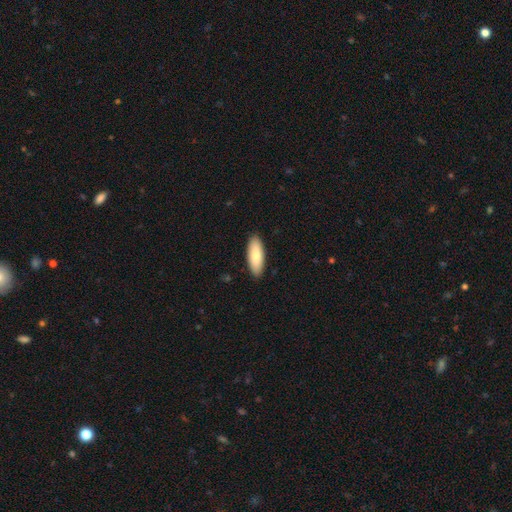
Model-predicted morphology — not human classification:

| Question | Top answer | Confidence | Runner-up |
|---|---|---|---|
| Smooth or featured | smooth | 82% | featured or disk (13%) |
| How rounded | in between | 72% | cigar-shaped (27%) |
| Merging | none | 90% | minor disturbance (8%) |